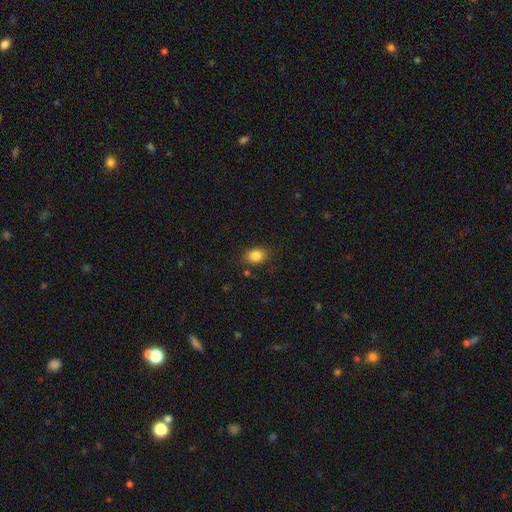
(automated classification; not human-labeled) A smooth galaxy with no disk features (84%) that is in between round and cigar-shaped (64%).

Vote fractions:
- Smooth or featured? smooth: 84% / star or artifact: 10% / featured or disk: 6%
- How rounded? in between: 64% / round: 35% / cigar-shaped: 1%
- Merging? none: 83% / minor disturbance: 12% / major disturbance: 3% / merger: 2%